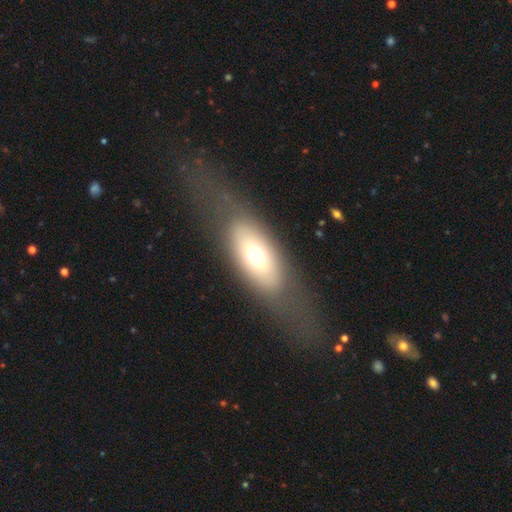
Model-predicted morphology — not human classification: A smooth galaxy with no disk features (62%) that is in between round and cigar-shaped (82%).

Vote fractions:
- Smooth or featured? smooth: 62% / featured or disk: 28% / star or artifact: 10%
- How rounded? in between: 82% / cigar-shaped: 12% / round: 6%
- Merging? none: 66% / major disturbance: 17% / minor disturbance: 15% / merger: 2%